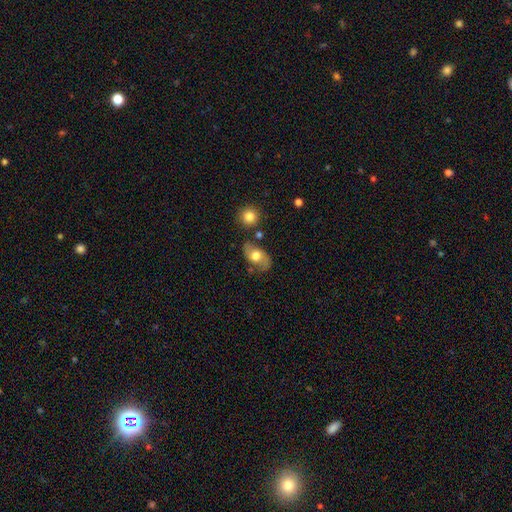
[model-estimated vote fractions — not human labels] This is possibly a smooth galaxy (54%). How rounded: clearly in between (81%). Merging: likely none (65%).